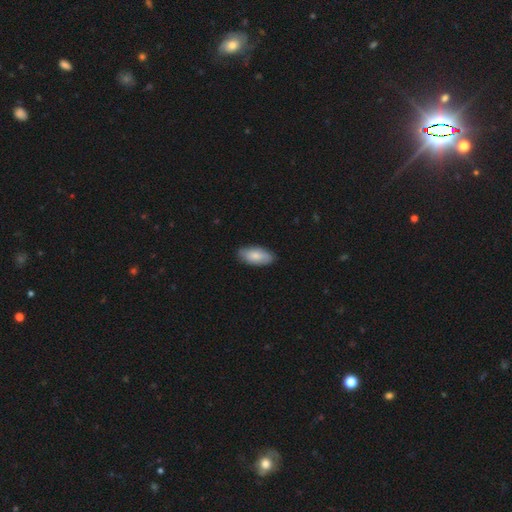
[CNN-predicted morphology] Overall: smooth (79%). How rounded: in between (92%). Merging: none (84%).